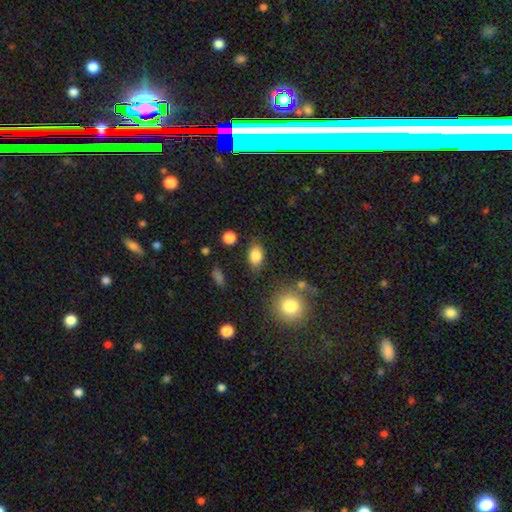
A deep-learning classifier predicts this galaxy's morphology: Q: Smooth or featured?
A: smooth (85%); runner-up: star or artifact (9%)
Q: How rounded?
A: in between (79%); runner-up: round (19%)
Q: Merging?
A: none (78%); runner-up: minor disturbance (14%)